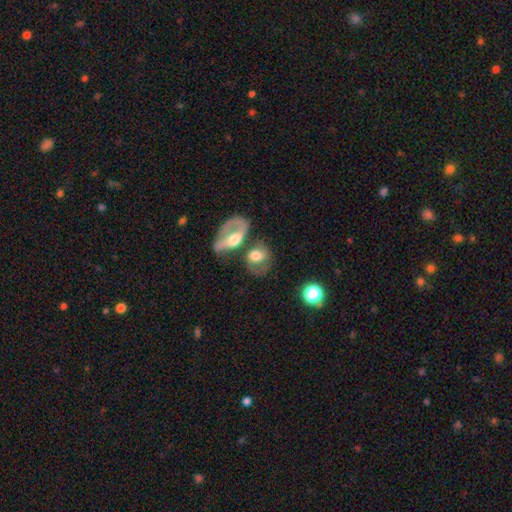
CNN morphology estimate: Smooth or featured: smooth — 50% (featured or disk — 41%)
How rounded: in between — 56% (round — 41%)
Merging: merger — 40% (none — 31%)